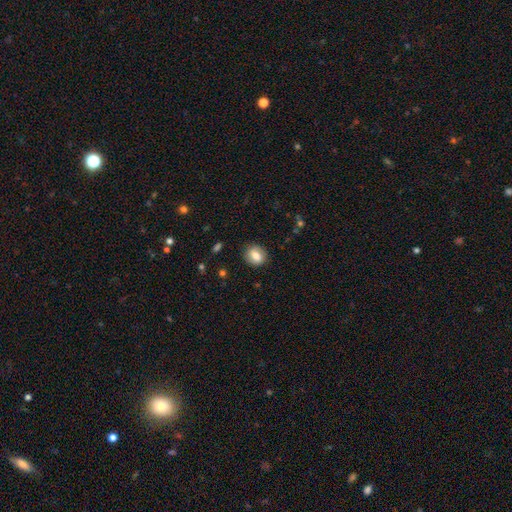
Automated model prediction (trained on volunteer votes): Smooth or featured: smooth — 73% (featured or disk — 18%)
How rounded: round — 67% (in between — 32%)
Merging: none — 87% (minor disturbance — 9%)